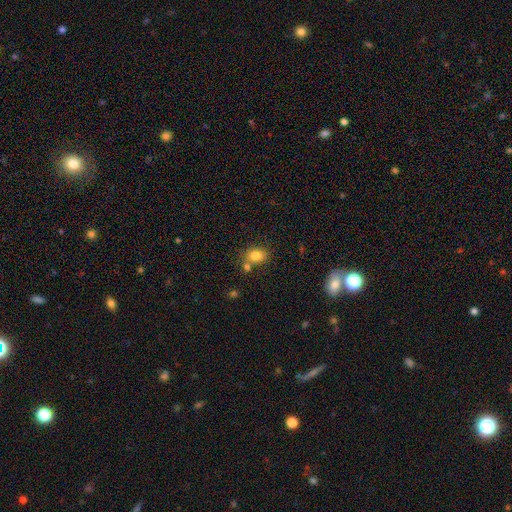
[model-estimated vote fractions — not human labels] Smooth or featured?
  - smooth: 81% *
  - star or artifact: 11%
  - featured or disk: 8%
How rounded?
  - in between: 63% *
  - round: 36%
  - cigar-shaped: 1%
Merging?
  - none: 65% *
  - merger: 19%
  - minor disturbance: 13%
  - major disturbance: 4%